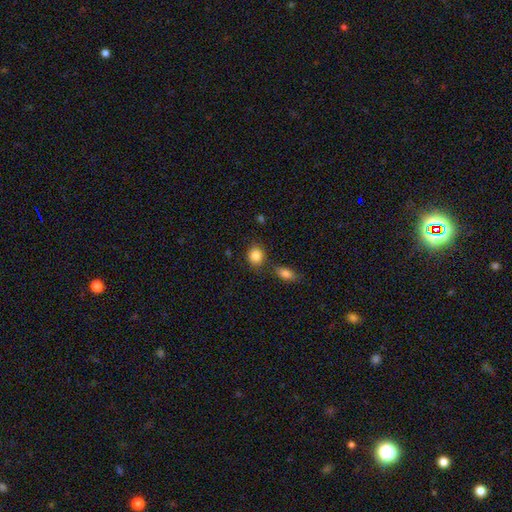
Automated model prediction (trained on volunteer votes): smooth-or-featured: smooth: 87% | star or artifact: 9% | featured or disk: 5%
  how-rounded: round: 71% | in between: 27% | cigar-shaped: 1%
  merging: none: 74% | minor disturbance: 12% | merger: 10% | major disturbance: 3%